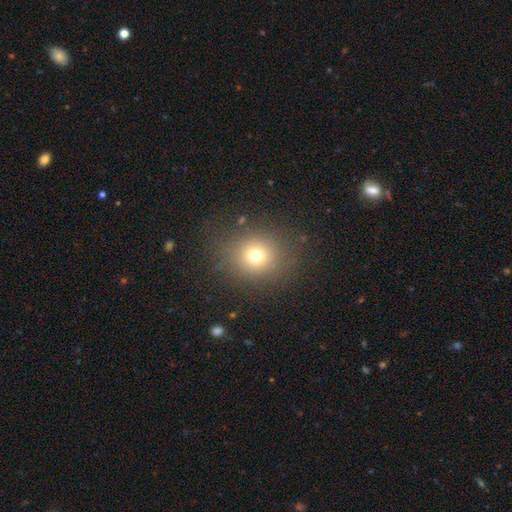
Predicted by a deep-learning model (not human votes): A smooth galaxy with no disk features (71%) that is round (83%). Merging: none (84%).